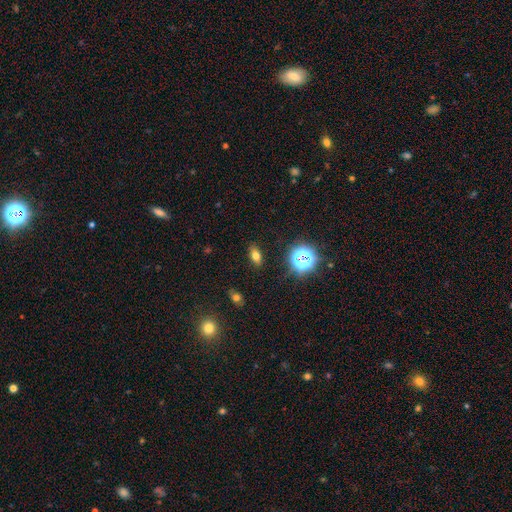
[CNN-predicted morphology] smooth_or_featured: smooth (p=0.69) [alt: star or artifact p=0.21]
how_rounded: in between (p=0.81) [alt: round p=0.12]
merging: none (p=0.88) [alt: minor disturbance p=0.08]